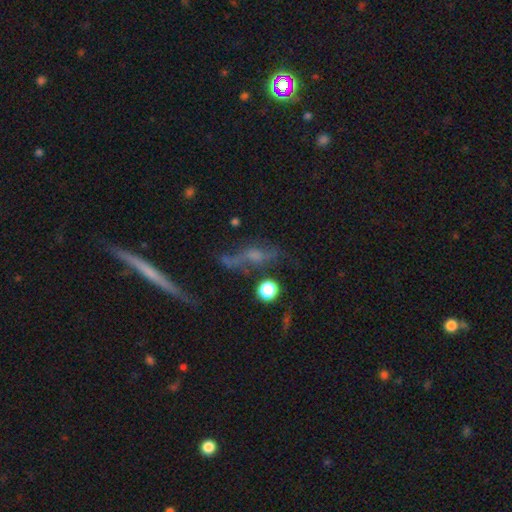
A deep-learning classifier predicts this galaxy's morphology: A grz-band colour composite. It shows a featured or disk galaxy (46%). Merging: none (48%).